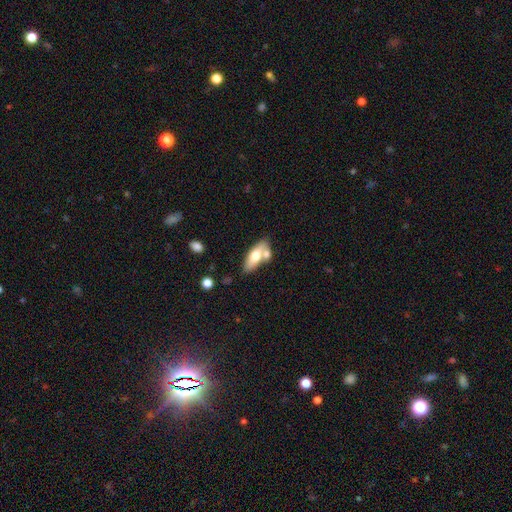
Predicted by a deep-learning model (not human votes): Smooth or featured? Predicted: smooth (p=0.61). How rounded? Predicted: in between (p=0.72). Merging? Predicted: none (p=0.53).